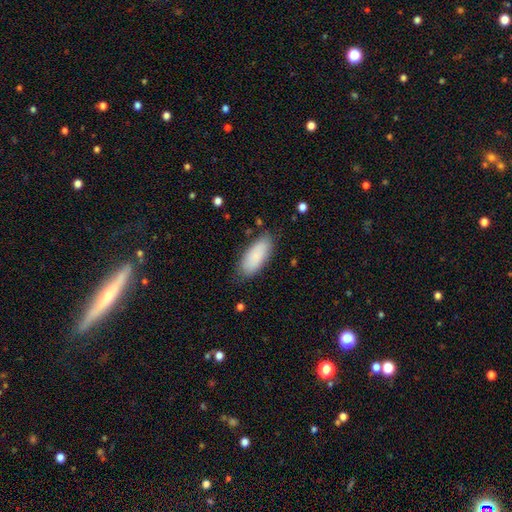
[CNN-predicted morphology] smooth 86%, featured or disk 8%, star or artifact 6%. Down the decision tree: how rounded — in between (81%); merging — none (80%).